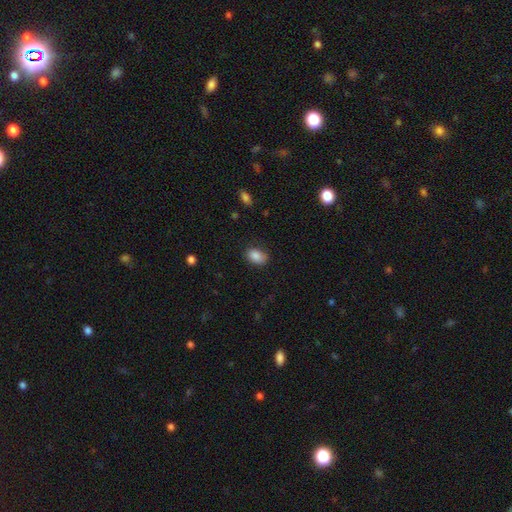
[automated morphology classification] A smooth galaxy with no disk features (87%) that is in between round and cigar-shaped (83%). Merging: none (81%).